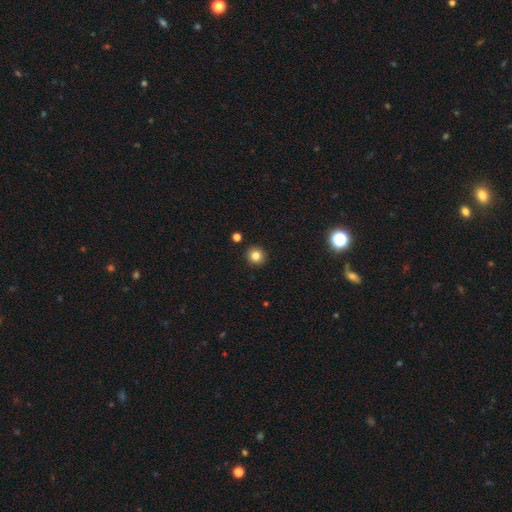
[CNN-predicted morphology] smooth-or-featured: smooth: 82% | star or artifact: 12% | featured or disk: 6%
  how-rounded: round: 91% | in between: 8% | cigar-shaped: 1%
  merging: none: 91% | minor disturbance: 5% | merger: 2% | major disturbance: 2%